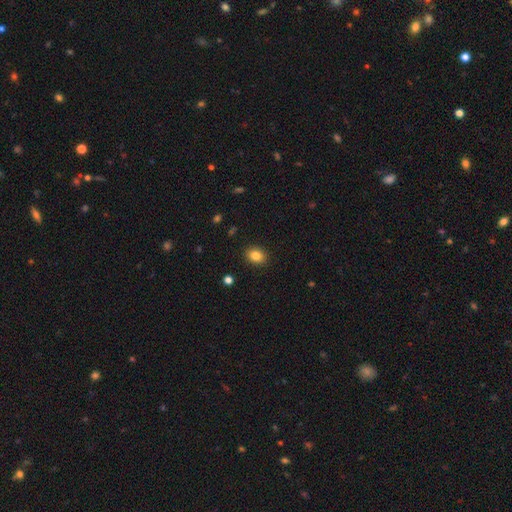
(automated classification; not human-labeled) Smooth or featured?
  - smooth: 84% *
  - star or artifact: 10%
  - featured or disk: 6%
How rounded?
  - in between: 59% *
  - round: 40%
  - cigar-shaped: 1%
Merging?
  - none: 89% *
  - minor disturbance: 8%
  - major disturbance: 2%
  - merger: 1%